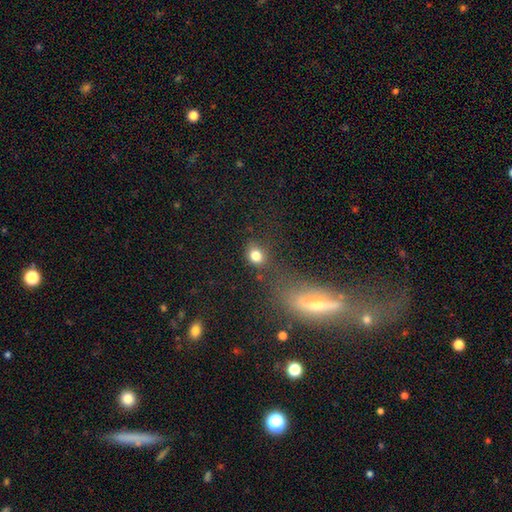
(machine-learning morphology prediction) A smooth galaxy with no disk features (81%) that is round (57%). Merging: none (68%).